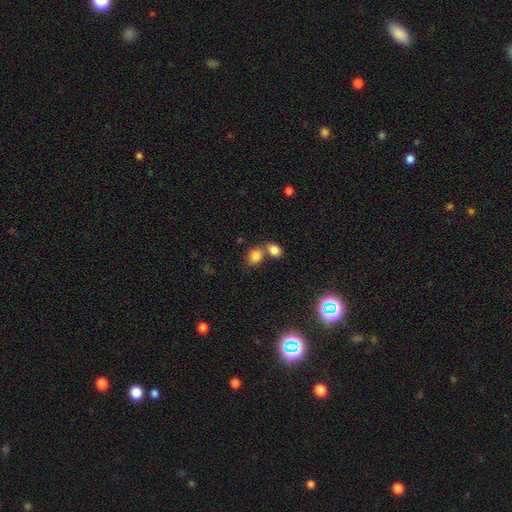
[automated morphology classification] Overall: smooth (82%). How rounded: round (54%; in between 45%). Merging: none (44%, tied with merger).